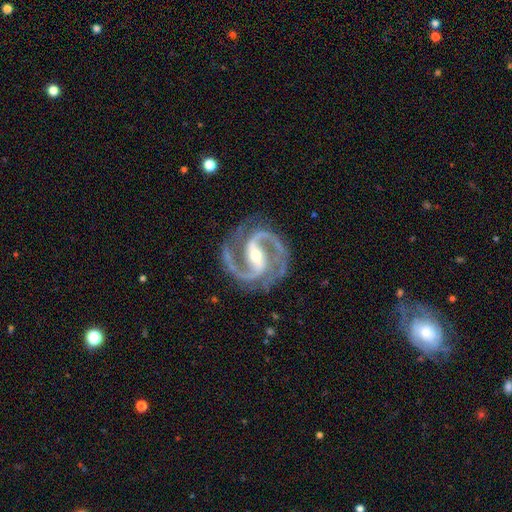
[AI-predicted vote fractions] Smooth or featured?
  - featured or disk: 94% *
  - star or artifact: 4%
  - smooth: 2%
Edge-on disk?
  - no: 98% *
  - yes: 2%
Bar?
  - strong: 55% *
  - weak: 32%
  - no: 13%
Spiral arms?
  - yes: 99% *
  - no: 1%
Spiral winding?
  - medium: 70% *
  - tight: 21%
  - loose: 9%
Spiral arm count?
  - 2: 91% *
  - 3: 4%
  - can't tell: 1%
  - 1: 1%
  - 4: 1%
  - more than 4: 1%
Bulge size?
  - moderate: 48% * (tied)
  - small: 48% * (tied)
  - large: 2%
  - none: 1%
  - dominant: 1%
Merging?
  - none: 82% *
  - minor disturbance: 12%
  - major disturbance: 4%
  - merger: 1%